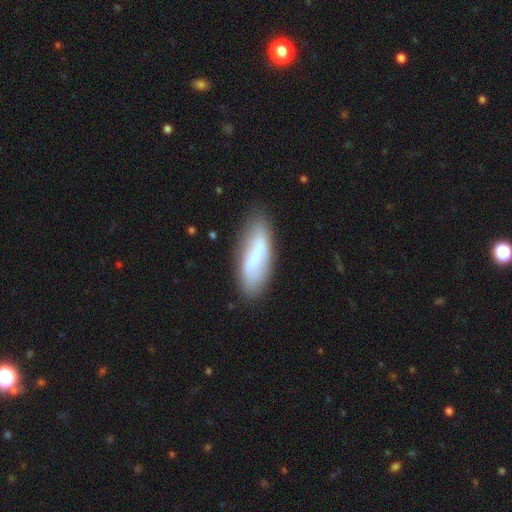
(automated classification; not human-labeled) Smooth or featured: smooth — 56% (featured or disk — 36%)
How rounded: in between — 58% (cigar-shaped — 40%)
Merging: none — 73% (minor disturbance — 18%)